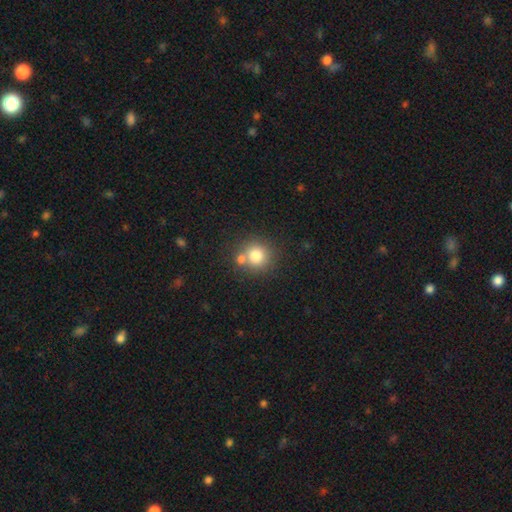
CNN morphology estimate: smooth_or_featured: smooth (p=0.78) [alt: star or artifact p=0.12]
how_rounded: round (p=0.91) [alt: in between p=0.08]
merging: none (p=0.64) [alt: merger p=0.23]